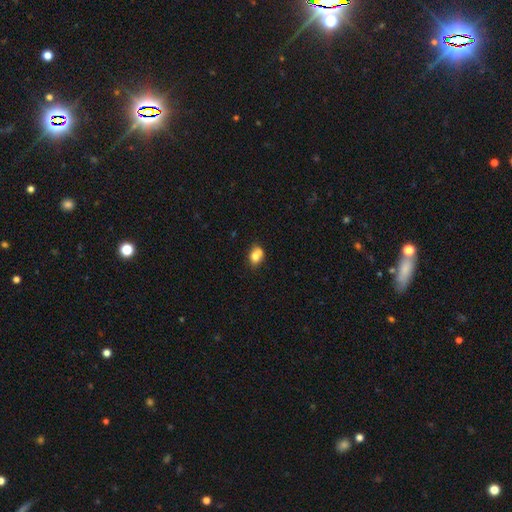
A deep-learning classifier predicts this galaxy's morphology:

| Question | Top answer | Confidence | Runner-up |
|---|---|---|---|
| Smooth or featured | smooth | 74% | featured or disk (16%) |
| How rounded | in between | 56% | round (43%) |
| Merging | none | 42% | merger (35%) |